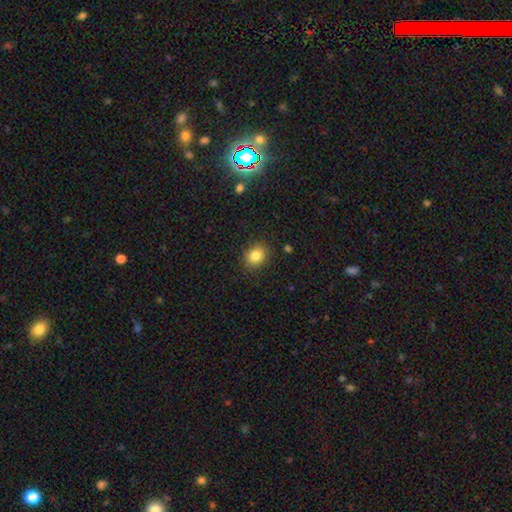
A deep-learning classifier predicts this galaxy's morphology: Q: Smooth or featured?
A: smooth (83%); runner-up: star or artifact (11%)
Q: How rounded?
A: round (60%); runner-up: in between (39%)
Q: Merging?
A: none (88%); runner-up: minor disturbance (9%)